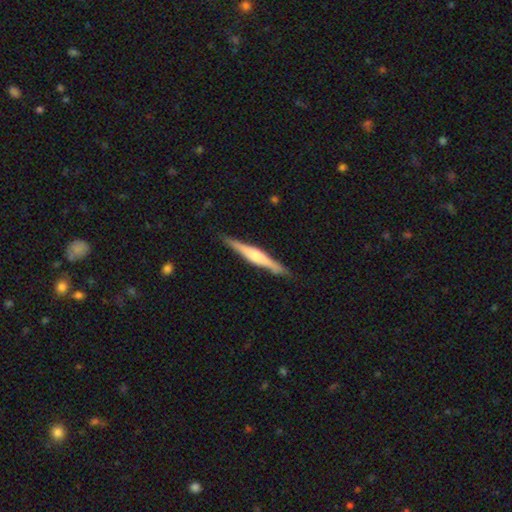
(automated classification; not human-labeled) This is likely a featured or disk galaxy (71%). It is clearly viewed edge-on (97%). Edge-on bulge: likely rounded (73%). Merging: clearly none (87%).